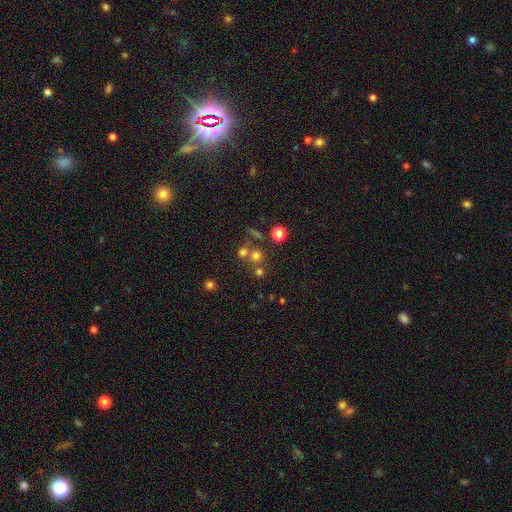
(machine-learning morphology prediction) Smooth or featured?
  - smooth: 65% *
  - star or artifact: 23%
  - featured or disk: 12%
How rounded?
  - round: 91% *
  - in between: 8%
  - cigar-shaped: 1%
Merging?
  - none: 60% *
  - merger: 30%
  - minor disturbance: 7%
  - major disturbance: 4%